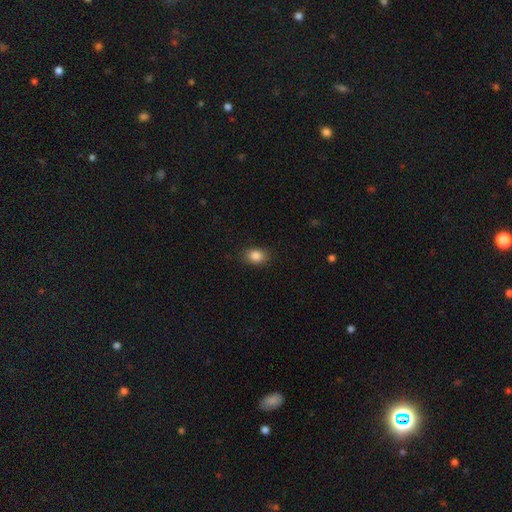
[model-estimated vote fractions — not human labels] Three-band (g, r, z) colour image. It shows a smooth galaxy with no disk features (86%) that is in between round and cigar-shaped (66%). Merging: none (86%).